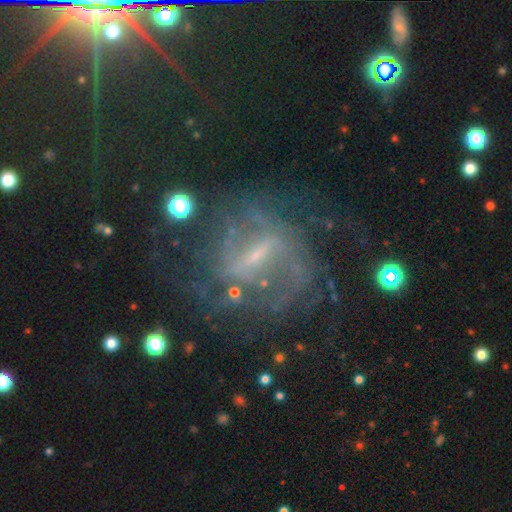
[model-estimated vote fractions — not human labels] This appears to be a featured or disk galaxy (78%) with a strong bar (50%), 2 (39%) medium (43%) spiral arms (87%) and a small central bulge (67%). Merging: none (62%).